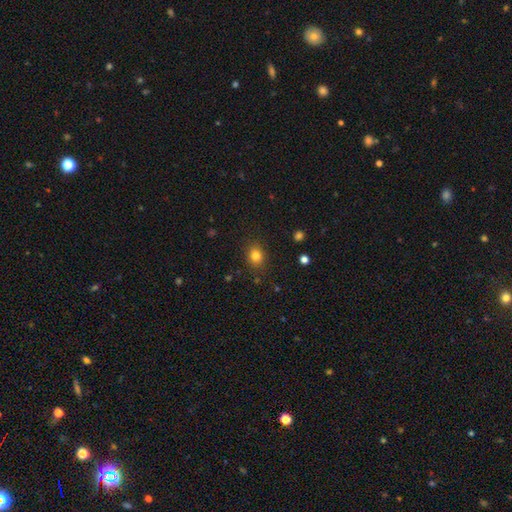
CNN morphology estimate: The model was most divided on "how rounded": round: 62%, in between: 37%, cigar-shaped: 1%. More confident: merging — none (86%); smooth or featured — smooth (81%).